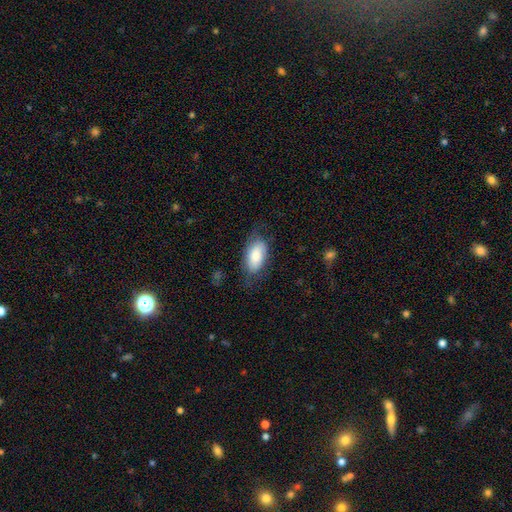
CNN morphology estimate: This is likely a smooth galaxy (78%). How rounded: clearly in between (94%). Merging: likely none (63%).